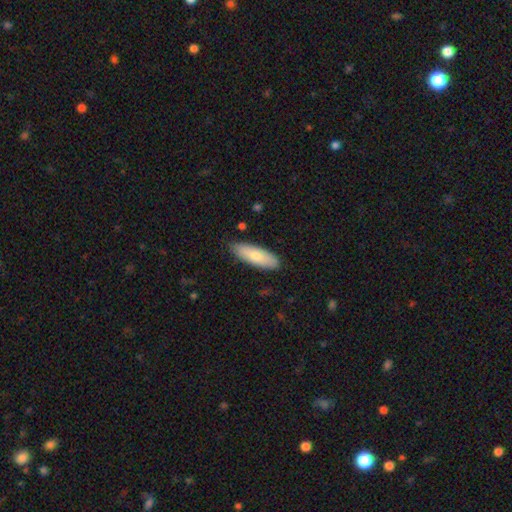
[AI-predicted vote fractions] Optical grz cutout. It shows a smooth galaxy with no disk features (75%) that is in between round and cigar-shaped (61%). Merging: none (85%).